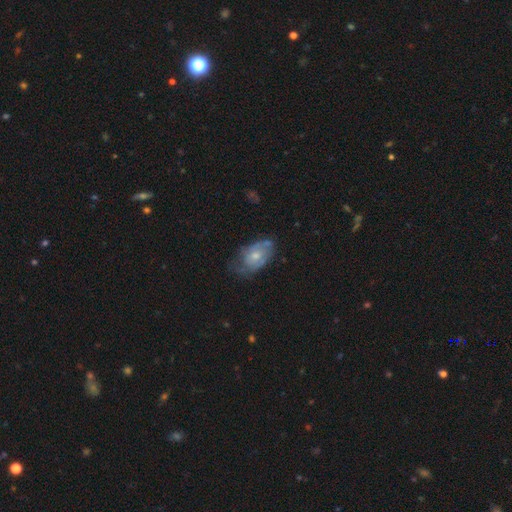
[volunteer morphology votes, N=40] Overall: featured or disk (57%; smooth 35%). Edge-on disk: no (96%). Bar: no (73%). Spiral arms: yes (64%; no 36%). Spiral arm count: 2 (64%; can't tell 36%). Spiral winding: medium (50%; tight 36%). Bulge size: moderate (55%; small 32%). Merging: minor disturbance (43%; none 38%).